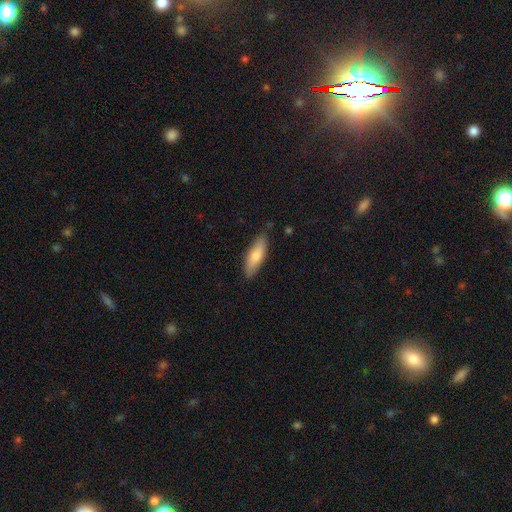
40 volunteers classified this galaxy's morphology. Q: Smooth or featured?
A: smooth (75%); runner-up: featured or disk (22%)
Q: How rounded?
A: cigar-shaped (60%); runner-up: in between (37%)
Q: Merging?
A: none (85%); runner-up: minor disturbance (10%)